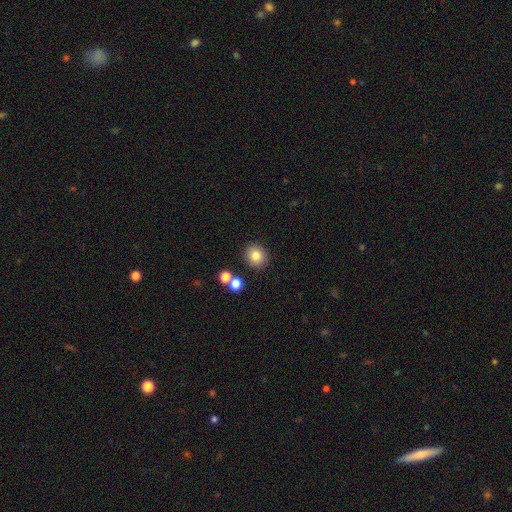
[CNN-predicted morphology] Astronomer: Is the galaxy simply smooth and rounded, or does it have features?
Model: smooth — 82%.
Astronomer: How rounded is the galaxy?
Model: round — 85%.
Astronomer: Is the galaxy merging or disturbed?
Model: none — 85%.